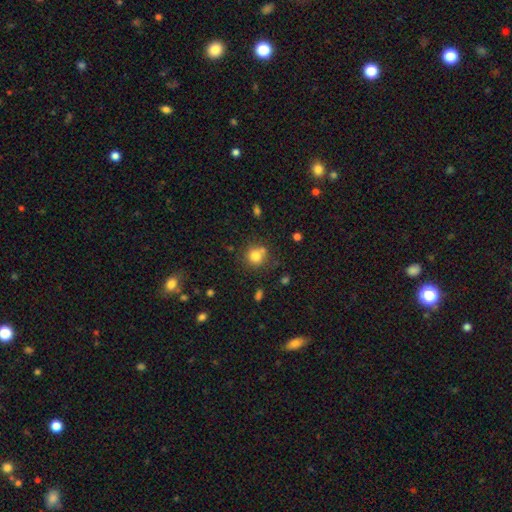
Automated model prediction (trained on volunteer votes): Morphology: type=smooth (79%); roundness=round (87%); merging=none (66%).